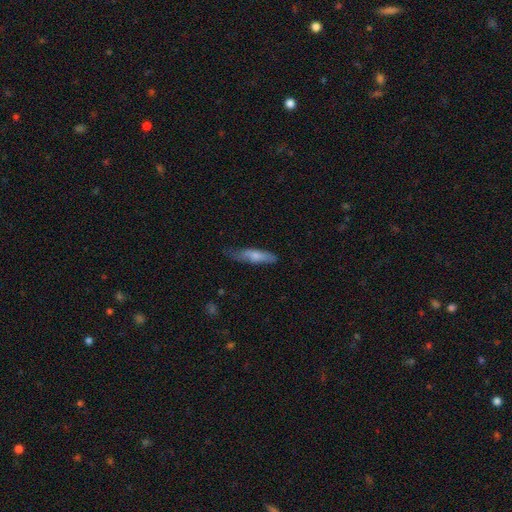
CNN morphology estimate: smooth 71%, featured or disk 24%, star or artifact 6%. Down the decision tree: how rounded — cigar-shaped (68%); merging — none (56%).